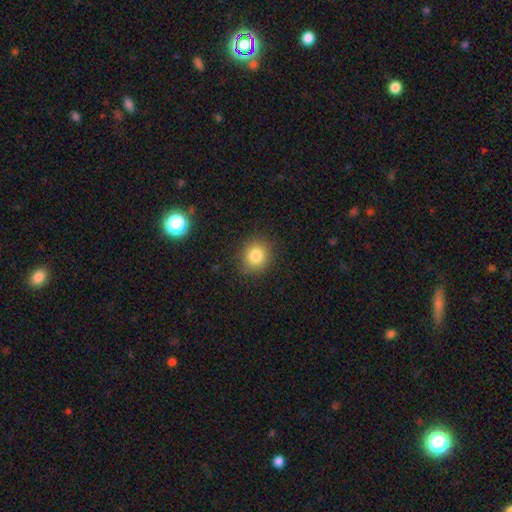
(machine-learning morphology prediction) Q: Smooth or featured?
A: smooth (83%); runner-up: star or artifact (11%)
Q: How rounded?
A: round (80%); runner-up: in between (19%)
Q: Merging?
A: none (87%); runner-up: minor disturbance (9%)